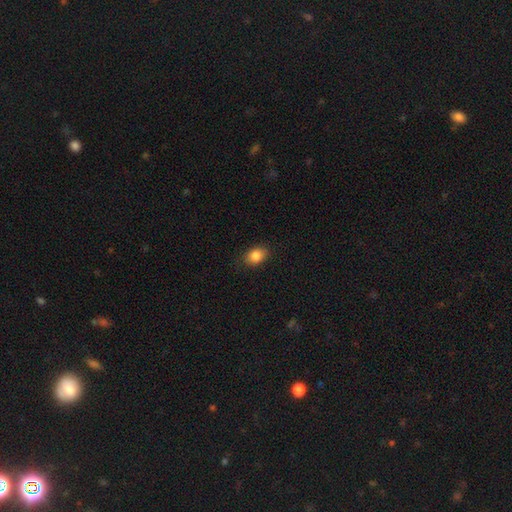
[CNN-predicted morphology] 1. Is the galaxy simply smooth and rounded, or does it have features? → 86% smooth, 9% star or artifact, 6% featured or disk.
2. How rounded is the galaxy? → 72% in between, 27% round, 1% cigar-shaped.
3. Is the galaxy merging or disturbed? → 83% none, 13% minor disturbance, 3% major disturbance, 1% merger.